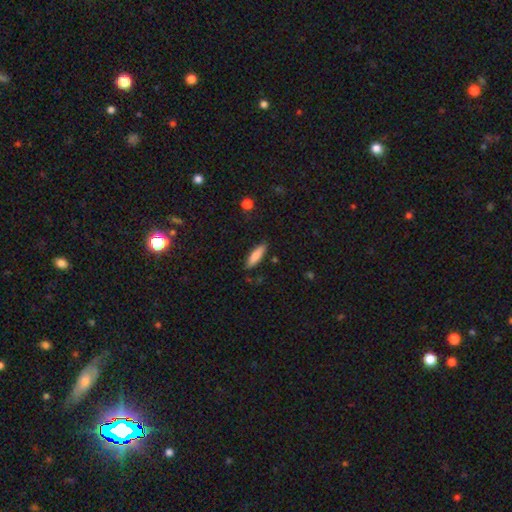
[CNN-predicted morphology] Smooth or featured? Predicted: smooth (p=0.83). How rounded? Predicted: cigar-shaped (p=0.63). Merging? Predicted: none (p=0.85).